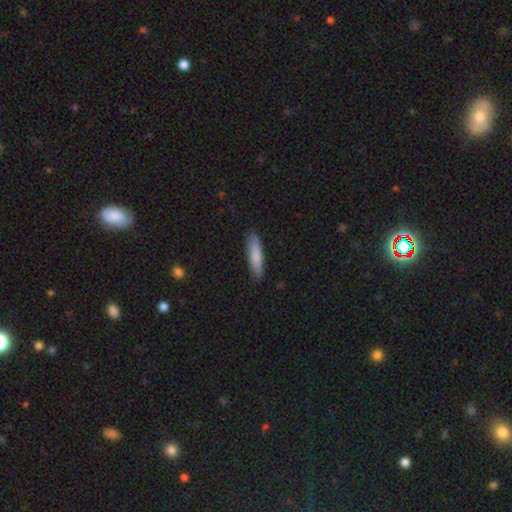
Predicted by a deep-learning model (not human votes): Smooth or featured?
  - smooth: 82% *
  - featured or disk: 13%
  - star or artifact: 5%
How rounded?
  - cigar-shaped: 79% *
  - in between: 20%
  - round: 1%
Merging?
  - none: 87% *
  - minor disturbance: 11%
  - major disturbance: 2%
  - merger: 1%